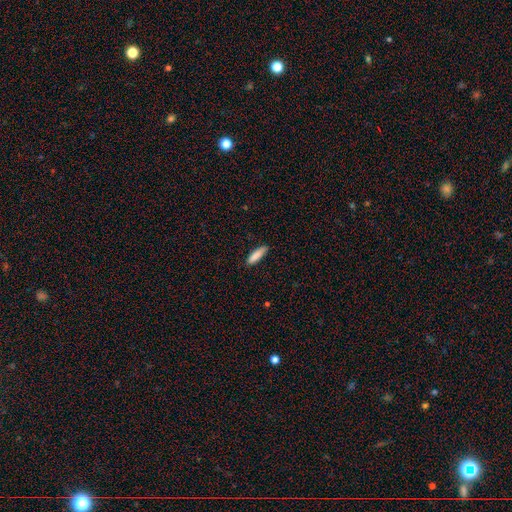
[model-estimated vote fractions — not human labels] Smooth or featured? Predicted: smooth (p=0.87). How rounded? Predicted: cigar-shaped (p=0.64). Merging? Predicted: none (p=0.84).